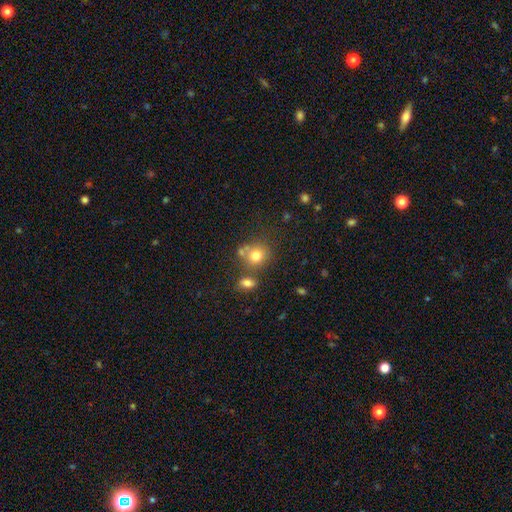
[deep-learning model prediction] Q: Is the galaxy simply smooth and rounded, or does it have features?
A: smooth — 77%.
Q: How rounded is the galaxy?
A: round — 79%.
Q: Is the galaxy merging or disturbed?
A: none — 58%.